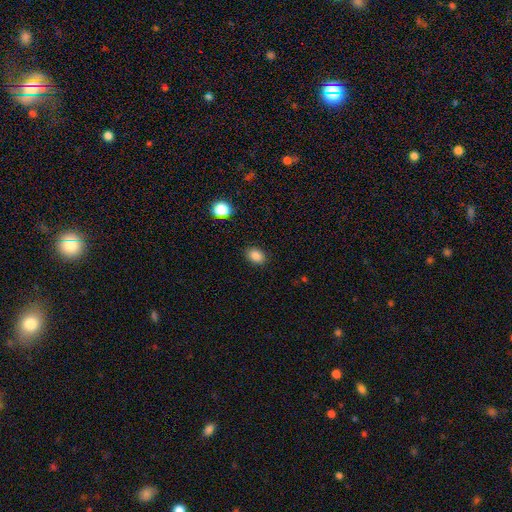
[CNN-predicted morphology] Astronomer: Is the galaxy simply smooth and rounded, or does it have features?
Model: smooth — 86%.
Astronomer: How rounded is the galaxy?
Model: in between — 75%.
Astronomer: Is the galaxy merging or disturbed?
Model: none — 87%.